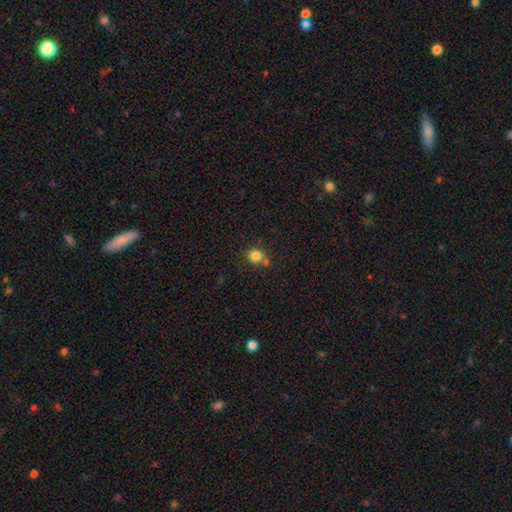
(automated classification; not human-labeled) Smooth or featured? Predicted: smooth (p=0.82). How rounded? Predicted: round (p=0.79). Merging? Predicted: none (p=0.65).